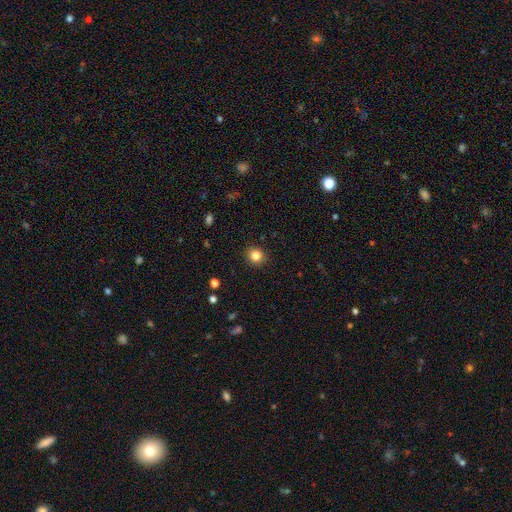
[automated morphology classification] Smooth or featured: smooth — 84% (star or artifact — 11%)
How rounded: round — 86% (in between — 13%)
Merging: none — 91% (minor disturbance — 6%)